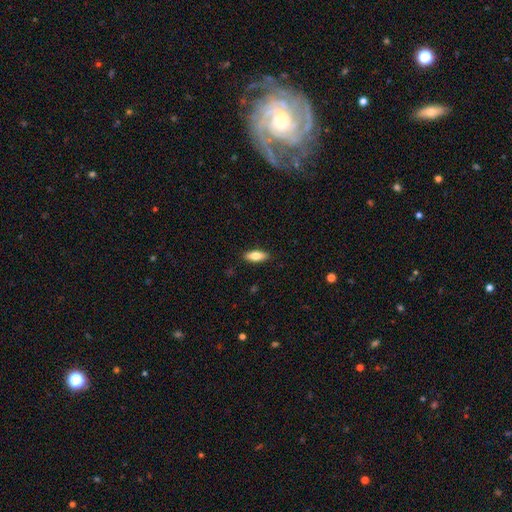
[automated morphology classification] Smooth or featured?
  - smooth: 75% *
  - featured or disk: 19%
  - star or artifact: 6%
How rounded?
  - in between: 71% *
  - cigar-shaped: 26%
  - round: 2%
Merging?
  - none: 89% *
  - minor disturbance: 8%
  - major disturbance: 2%
  - merger: 1%